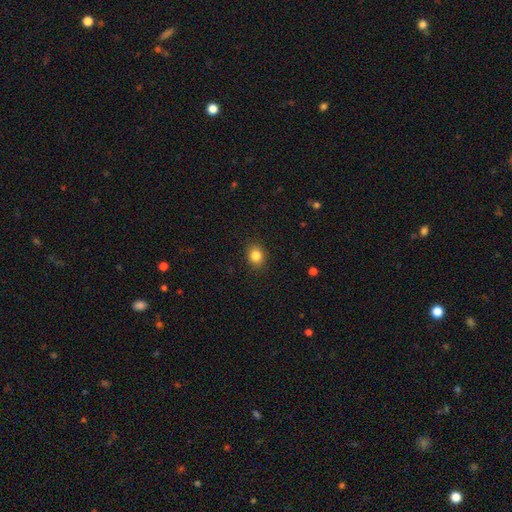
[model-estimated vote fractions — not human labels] Smooth or featured: smooth — 84% (star or artifact — 11%)
How rounded: round — 61% (in between — 38%)
Merging: none — 89% (minor disturbance — 8%)